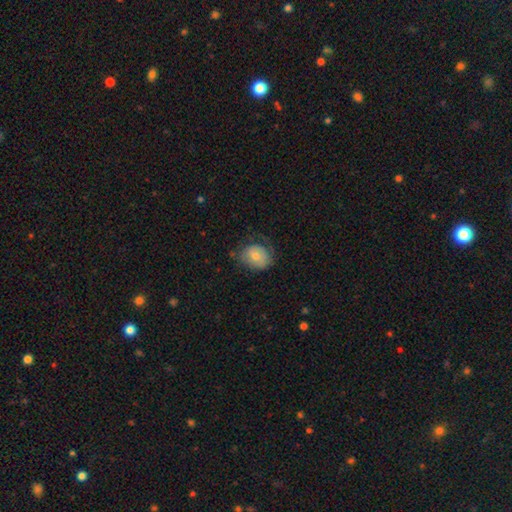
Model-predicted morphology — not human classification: Smooth or featured? smooth (66%)
How rounded? round (51%)
Merging? none (58%)